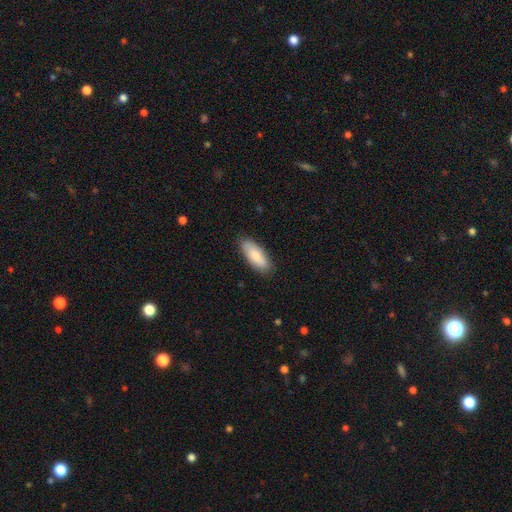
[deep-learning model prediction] smooth_or_featured: smooth (p=0.80) [alt: featured or disk p=0.14]
how_rounded: in between (p=0.75) [alt: cigar-shaped p=0.23]
merging: none (p=0.85) [alt: minor disturbance p=0.12]